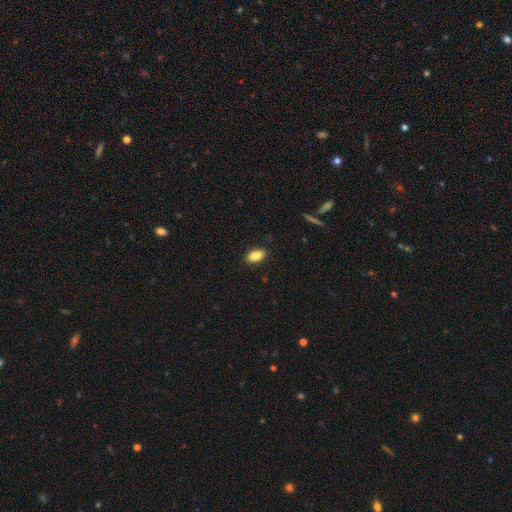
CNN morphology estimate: Smooth or featured? Predicted: smooth (p=0.88). How rounded? Predicted: in between (p=0.92). Merging? Predicted: none (p=0.87).